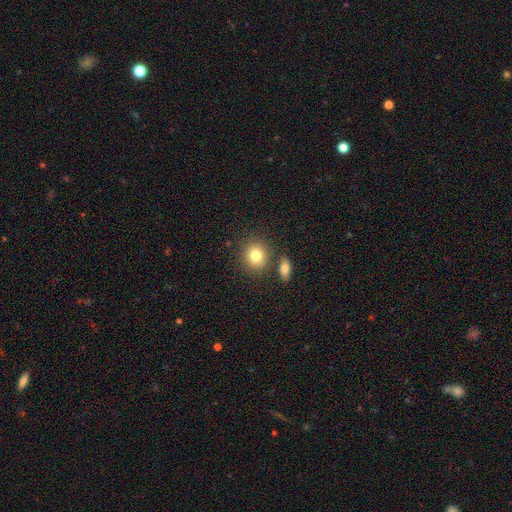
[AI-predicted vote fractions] smooth-or-featured: smooth: 81% | star or artifact: 10% | featured or disk: 9%
  how-rounded: round: 78% | in between: 21% | cigar-shaped: 1%
  merging: none: 76% | merger: 12% | minor disturbance: 9% | major disturbance: 3%